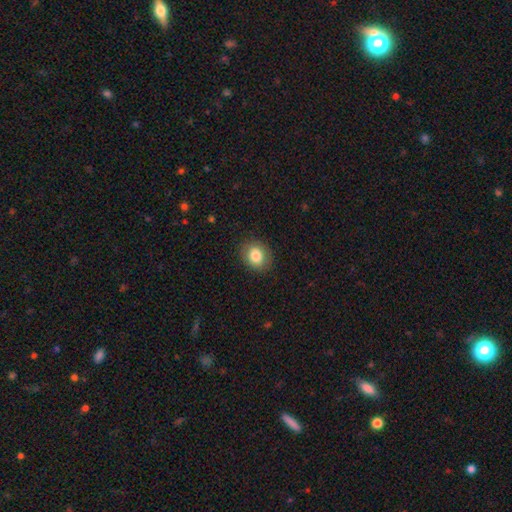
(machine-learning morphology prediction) smooth-or-featured: smooth: 84% | star or artifact: 9% | featured or disk: 8%
  how-rounded: round: 59% | in between: 41% | cigar-shaped: 1%
  merging: none: 87% | minor disturbance: 9% | major disturbance: 3% | merger: 1%